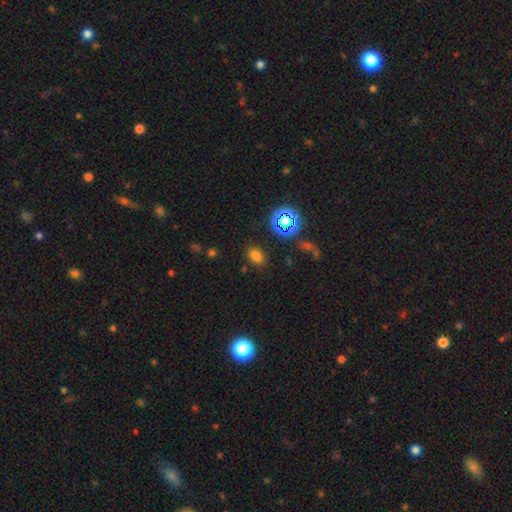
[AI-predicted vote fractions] Morphology: type=smooth (71%); roundness=in between (75%); merging=none (84%).